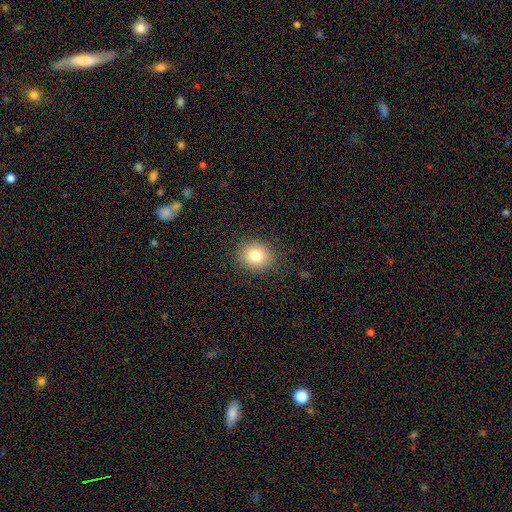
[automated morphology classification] The model was most divided on "how rounded": round: 74%, in between: 26%, cigar-shaped: 1%. More confident: merging — none (87%); smooth or featured — smooth (81%).